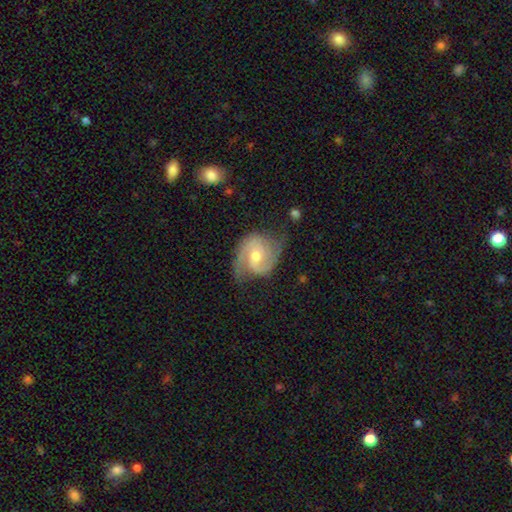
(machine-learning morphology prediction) Smooth or featured? Predicted: featured or disk (p=0.86). Edge-on disk? Predicted: no (p=0.98). Bar? Predicted: no (p=0.49). Spiral arms? Predicted: yes (p=0.97). Spiral winding? Predicted: medium (p=0.51). Spiral arm count? Predicted: 2 (p=0.86). Bulge size? Predicted: moderate (p=0.58). Merging? Predicted: none (p=0.66).